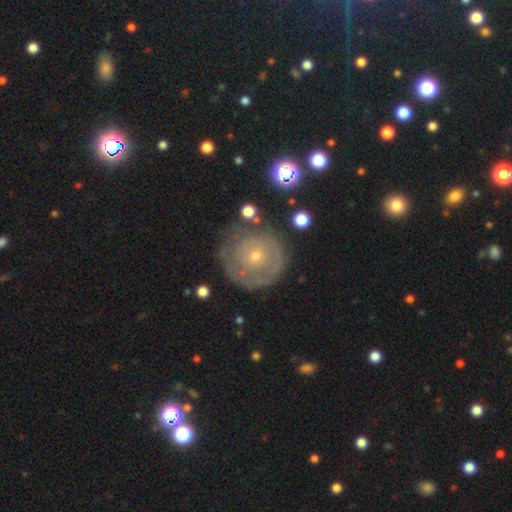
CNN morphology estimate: Smooth or featured: featured or disk — 62% (smooth — 31%)
Edge-on disk: no — 97% (yes — 3%)
Bar: no — 85% (weak — 12%)
Spiral arms: yes — 55% (no — 45%)
Bulge size: small — 74% (moderate — 22%)
Merging: none — 71% (minor disturbance — 18%)